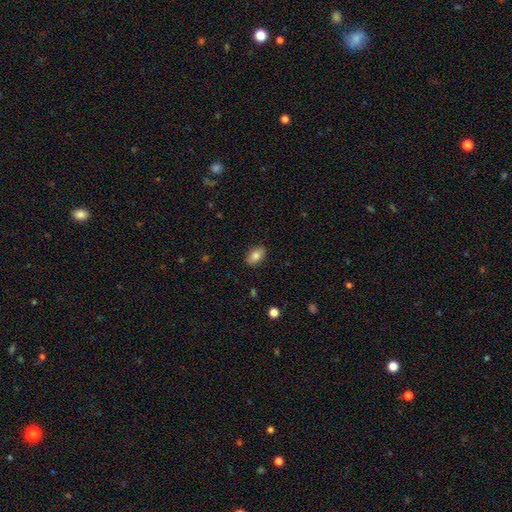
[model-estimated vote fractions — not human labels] Q: Smooth or featured?
A: smooth (82%); runner-up: featured or disk (10%)
Q: How rounded?
A: in between (87%); runner-up: round (12%)
Q: Merging?
A: none (88%); runner-up: minor disturbance (9%)